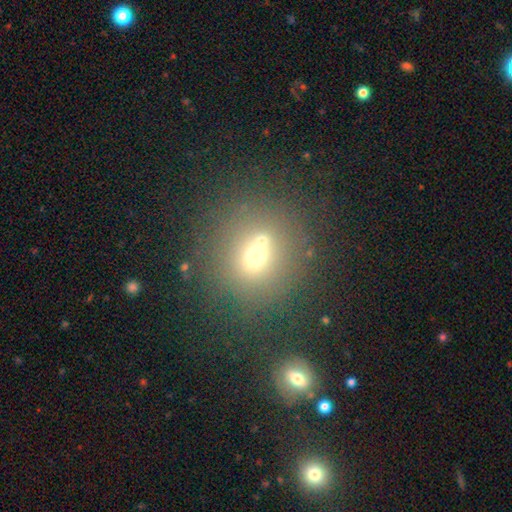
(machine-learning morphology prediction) smooth-or-featured: smooth: 60% | featured or disk: 20% | star or artifact: 20%
  how-rounded: round: 82% | in between: 17% | cigar-shaped: 1%
  merging: none: 49% | merger: 37% | minor disturbance: 9% | major disturbance: 5%